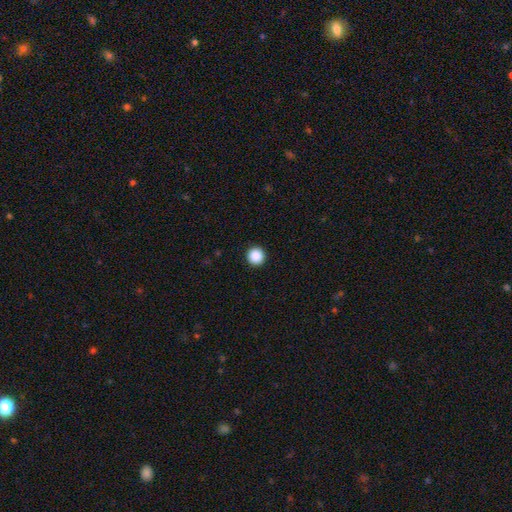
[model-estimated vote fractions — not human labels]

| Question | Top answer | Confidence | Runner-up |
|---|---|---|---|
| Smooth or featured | smooth | 88% | star or artifact (9%) |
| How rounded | round | 95% | in between (4%) |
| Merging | none | 94% | minor disturbance (4%) |